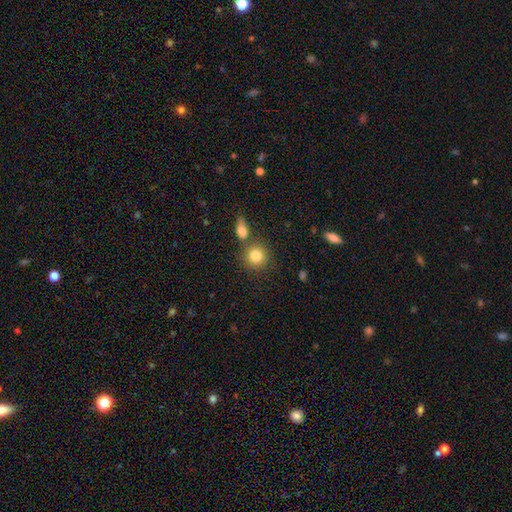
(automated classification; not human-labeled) This appears to be a smooth galaxy with no disk features (83%) that is round (88%). Merging: none (67%).